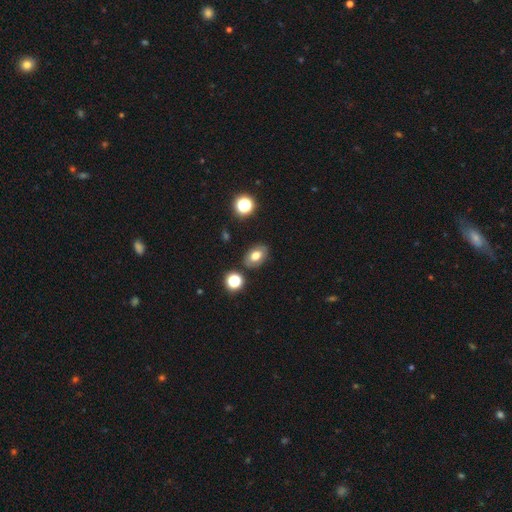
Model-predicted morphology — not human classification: smooth 71%, featured or disk 18%, star or artifact 12%. Down the decision tree: how rounded — in between (78%); merging — none (82%).